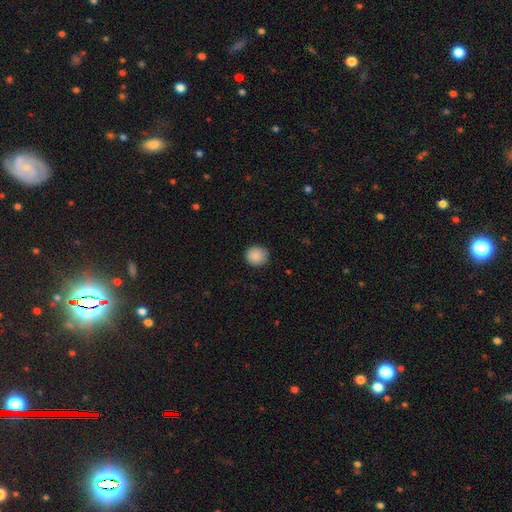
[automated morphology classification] This is clearly a smooth galaxy (89%). How rounded: clearly round (90%). Merging: clearly none (89%).